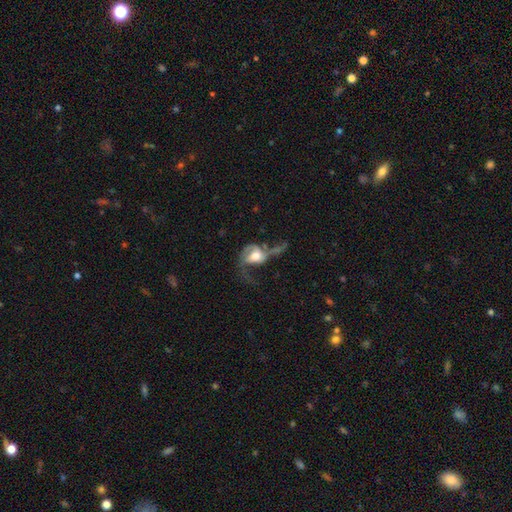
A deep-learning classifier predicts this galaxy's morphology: Smooth or featured? Predicted: featured or disk (p=0.64). Edge-on disk? Predicted: no (p=0.95). Bar? Predicted: no (p=0.63). Spiral arms? Predicted: yes (p=0.78). Bulge size? Predicted: large (p=0.42). Merging? Predicted: major disturbance (p=0.55).